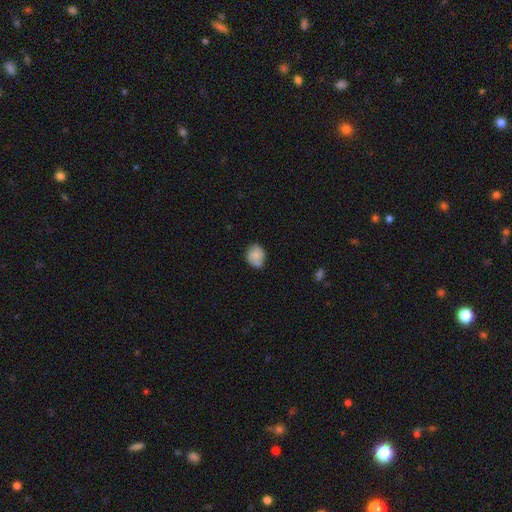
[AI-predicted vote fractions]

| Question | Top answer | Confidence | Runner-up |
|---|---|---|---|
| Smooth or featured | smooth | 68% | featured or disk (24%) |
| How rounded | round | 64% | in between (35%) |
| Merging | none | 63% | minor disturbance (26%) |